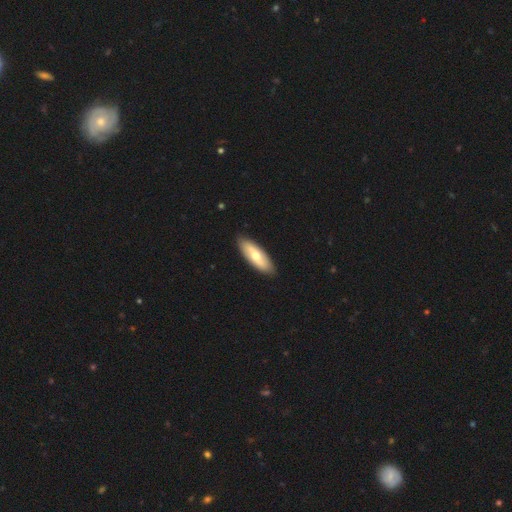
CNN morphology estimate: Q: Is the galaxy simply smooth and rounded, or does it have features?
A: smooth — 58%.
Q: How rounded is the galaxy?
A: in between — 67%.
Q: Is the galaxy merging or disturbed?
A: none — 89%.